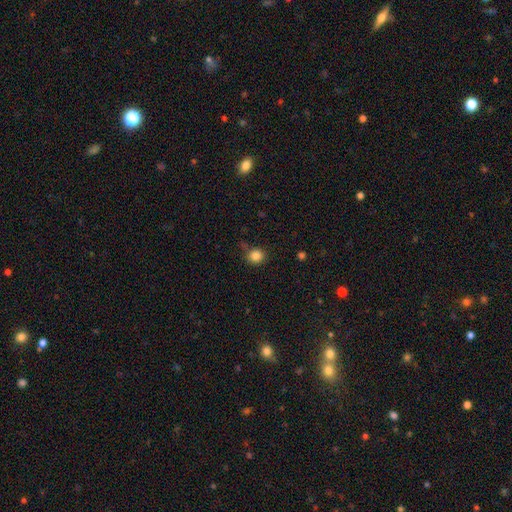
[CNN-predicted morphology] Smooth or featured? smooth (84%)
How rounded? round (83%)
Merging? none (78%)